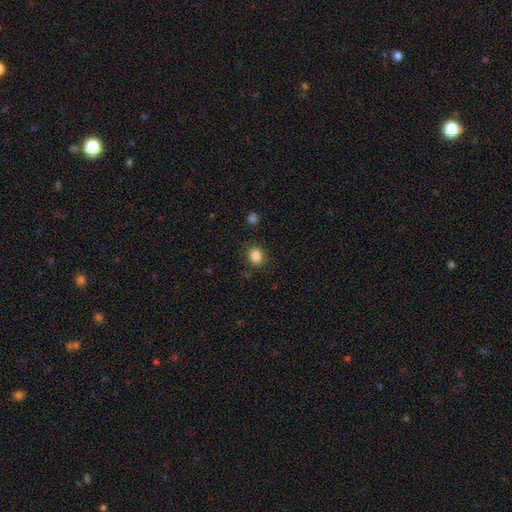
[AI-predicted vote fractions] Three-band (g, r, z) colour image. It shows a smooth galaxy with no disk features (86%) that is in between round and cigar-shaped (58%). Merging: none (82%).